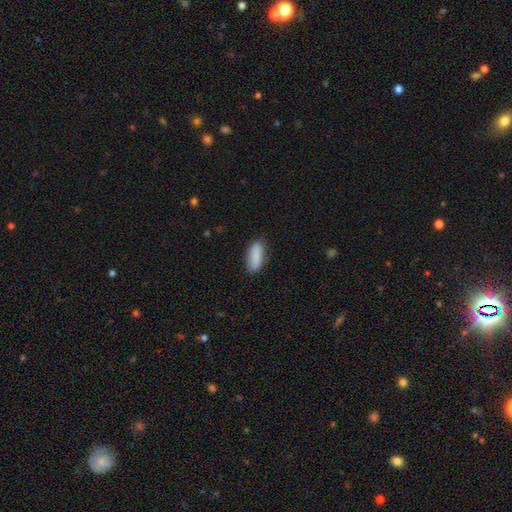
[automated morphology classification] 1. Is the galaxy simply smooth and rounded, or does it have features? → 87% smooth, 6% star or artifact, 6% featured or disk.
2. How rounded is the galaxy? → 68% in between, 30% cigar-shaped, 2% round.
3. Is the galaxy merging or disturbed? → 82% none, 14% minor disturbance, 3% major disturbance, 1% merger.